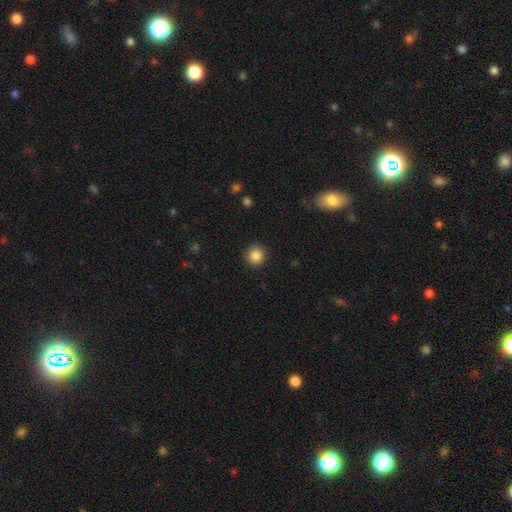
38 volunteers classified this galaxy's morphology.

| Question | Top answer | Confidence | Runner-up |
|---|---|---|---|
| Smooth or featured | smooth | 89% | star or artifact (8%) |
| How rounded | round | 94% | in between (6%) |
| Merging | none | 94% | minor disturbance (6%) |